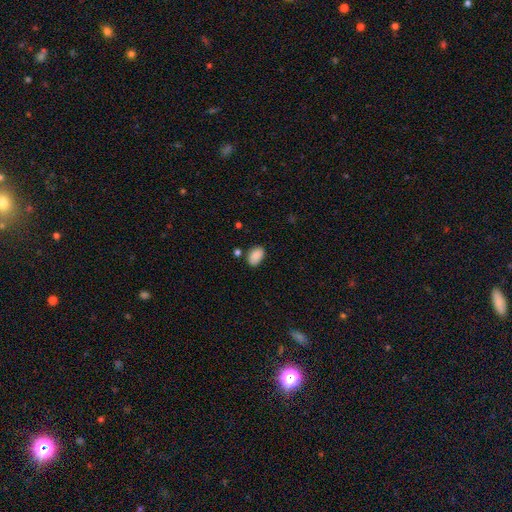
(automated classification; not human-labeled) Q: Smooth or featured?
A: smooth (89%); runner-up: star or artifact (7%)
Q: How rounded?
A: in between (90%); runner-up: round (9%)
Q: Merging?
A: none (80%); runner-up: minor disturbance (13%)